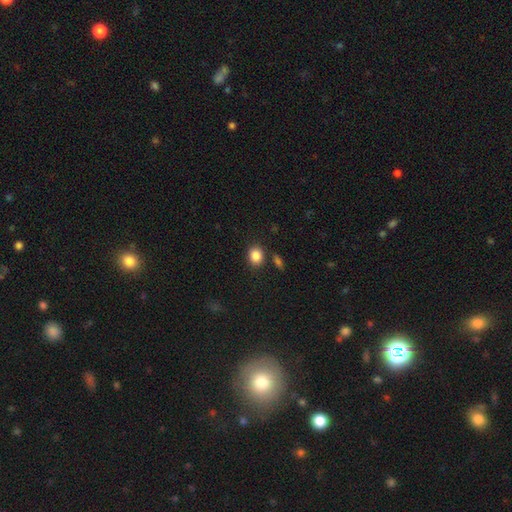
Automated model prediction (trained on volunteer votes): smooth_or_featured: smooth (p=0.85) [alt: star or artifact p=0.10]
how_rounded: round (p=0.61) [alt: in between p=0.38]
merging: none (p=0.81) [alt: minor disturbance p=0.10]